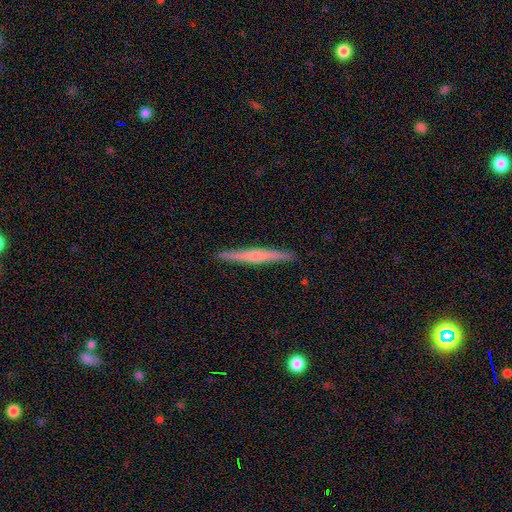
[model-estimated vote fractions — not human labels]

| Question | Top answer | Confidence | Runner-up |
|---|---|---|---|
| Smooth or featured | featured or disk | 60% | smooth (34%) |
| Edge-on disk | yes | 98% | no (2%) |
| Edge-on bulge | rounded | 58% | none (33%) |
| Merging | none | 92% | minor disturbance (6%) |